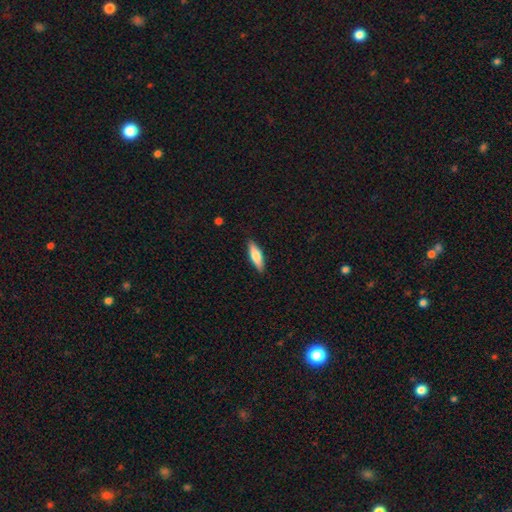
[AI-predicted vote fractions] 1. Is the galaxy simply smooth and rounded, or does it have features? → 72% smooth, 22% featured or disk, 6% star or artifact.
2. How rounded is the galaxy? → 54% cigar-shaped, 44% in between, 2% round.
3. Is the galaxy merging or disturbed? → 88% none, 9% minor disturbance, 2% major disturbance, 1% merger.